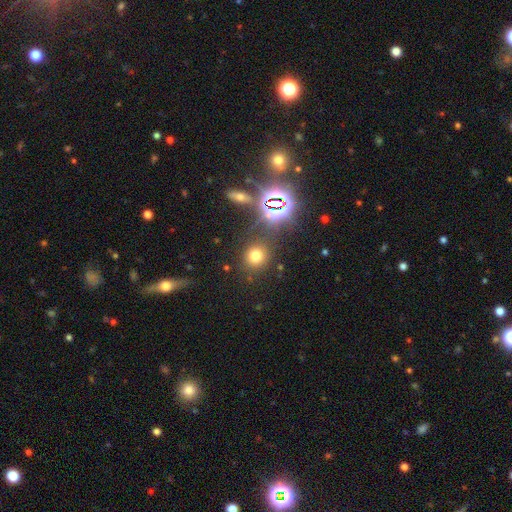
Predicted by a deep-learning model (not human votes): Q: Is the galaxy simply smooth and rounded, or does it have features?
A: smooth — 66%.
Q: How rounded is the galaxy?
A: round — 82%.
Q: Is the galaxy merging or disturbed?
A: none — 80%.